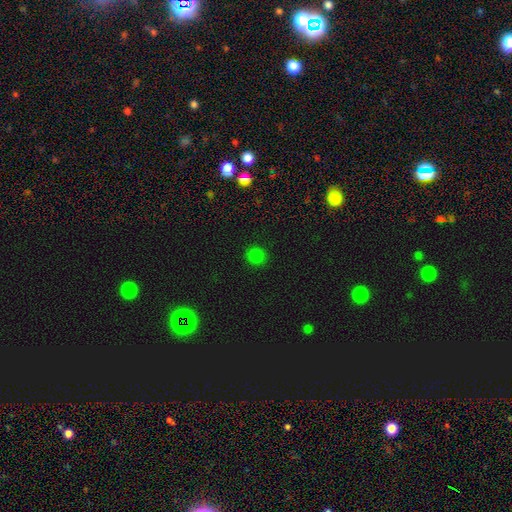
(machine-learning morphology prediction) smooth 80%, star or artifact 17%, featured or disk 3%. Down the decision tree: how rounded — round (89%); merging — none (91%).